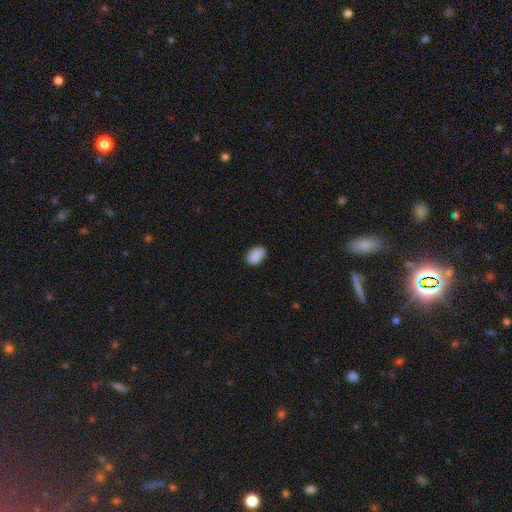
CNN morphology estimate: Smooth or featured? Predicted: smooth (p=0.88). How rounded? Predicted: in between (p=0.86). Merging? Predicted: none (p=0.82).